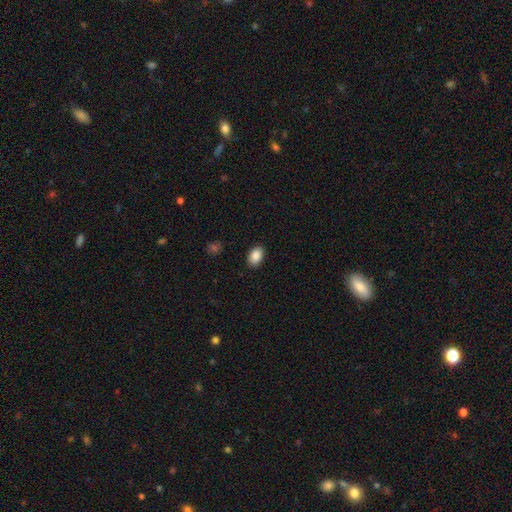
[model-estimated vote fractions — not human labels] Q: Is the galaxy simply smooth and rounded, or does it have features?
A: smooth — 89%.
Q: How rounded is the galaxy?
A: in between — 88%.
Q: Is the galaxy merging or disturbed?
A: none — 89%.